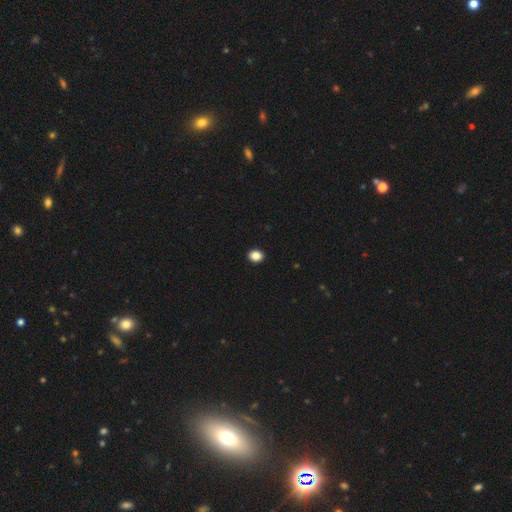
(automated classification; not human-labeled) This appears to be a smooth galaxy with no disk features (86%) that is round (58%). Merging: none (93%).